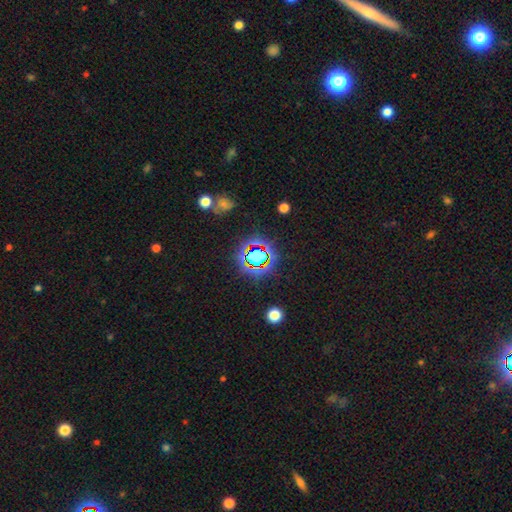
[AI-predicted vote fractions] Q: Smooth or featured?
A: star or artifact (66%); runner-up: smooth (23%)